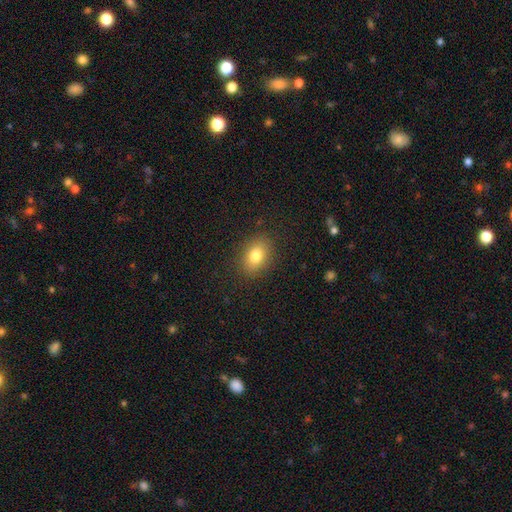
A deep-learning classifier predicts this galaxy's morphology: Overall: smooth (80%). How rounded: in between (74%). Merging: none (88%).